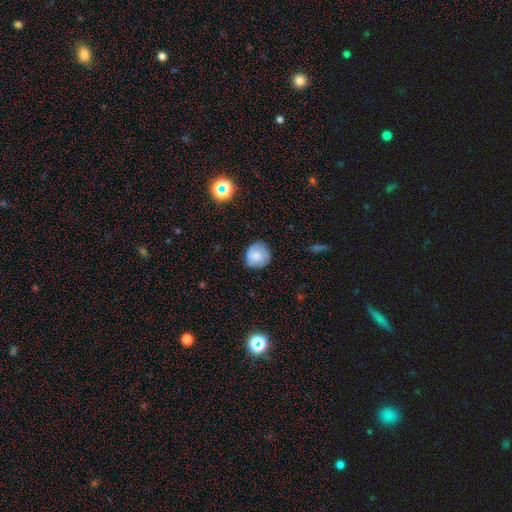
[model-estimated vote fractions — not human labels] Smooth or featured?
  - smooth: 76% *
  - featured or disk: 15%
  - star or artifact: 9%
How rounded?
  - round: 87% *
  - in between: 12%
  - cigar-shaped: 1%
Merging?
  - none: 77% *
  - minor disturbance: 18%
  - major disturbance: 4%
  - merger: 1%